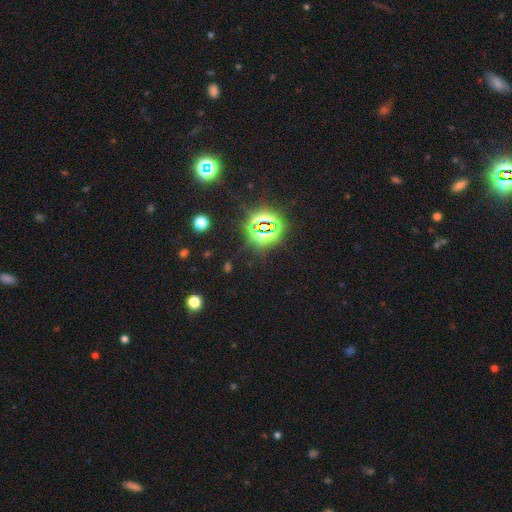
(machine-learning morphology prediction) Smooth or featured?
  - star or artifact: 82% *
  - smooth: 12%
  - featured or disk: 6%